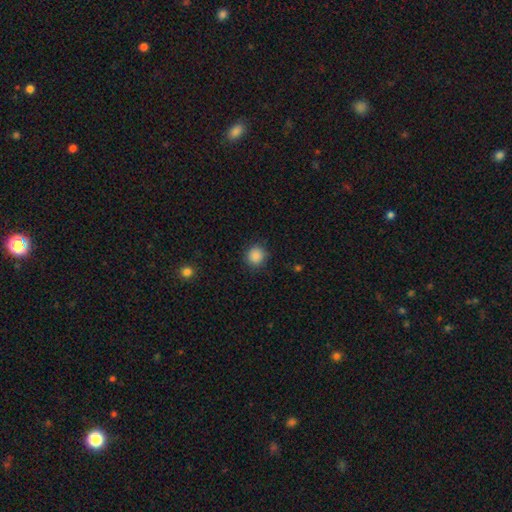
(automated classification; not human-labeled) A smooth galaxy with no disk features (87%) that is round (93%). Merging: none (89%).